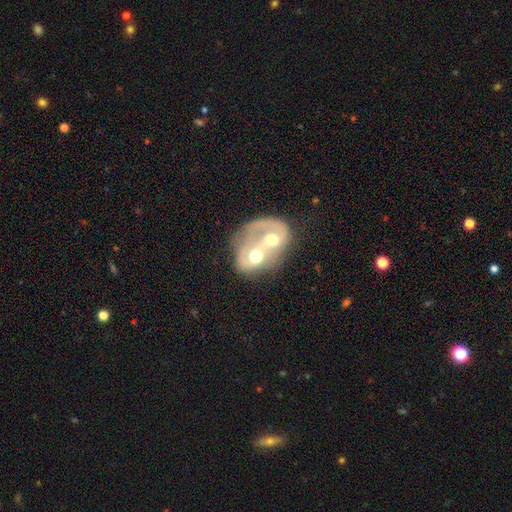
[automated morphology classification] Overall: featured or disk (61%; smooth 31%). Edge-on disk: no (97%). Bar: no (77%). Spiral arms: no (52%; yes 48%). Bulge size: moderate (67%). Merging: merger (82%).